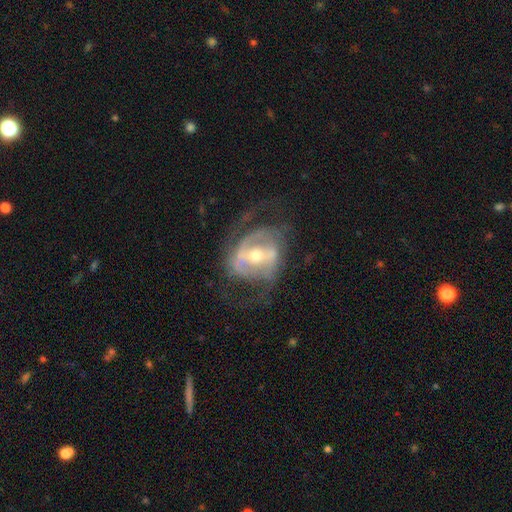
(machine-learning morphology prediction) Q: Smooth or featured?
A: featured or disk (83%); runner-up: smooth (11%)
Q: Edge-on disk?
A: no (95%); runner-up: yes (5%)
Q: Bar?
A: strong (48%); runner-up: weak (35%)
Q: Spiral arms?
A: yes (78%); runner-up: no (22%)
Q: Spiral winding?
A: medium (45%); runner-up: tight (28%)
Q: Spiral arm count?
A: 2 (66%); runner-up: can't tell (18%)
Q: Bulge size?
A: moderate (62%); runner-up: small (31%)
Q: Merging?
A: none (58%); runner-up: major disturbance (23%)